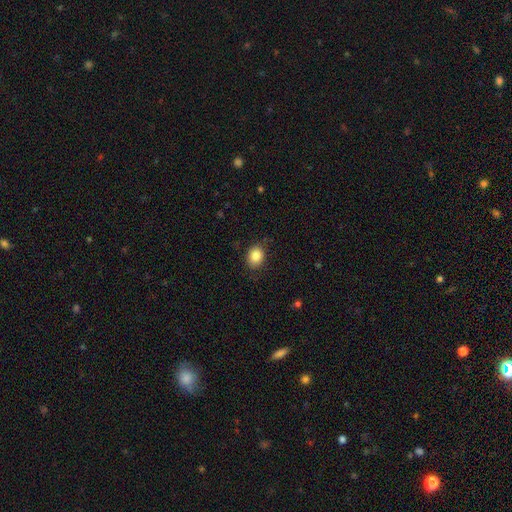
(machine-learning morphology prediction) Smooth or featured?
  - smooth: 86% *
  - star or artifact: 9%
  - featured or disk: 5%
How rounded?
  - in between: 54% *
  - round: 45%
  - cigar-shaped: 1%
Merging?
  - none: 80% *
  - minor disturbance: 15%
  - major disturbance: 4%
  - merger: 1%